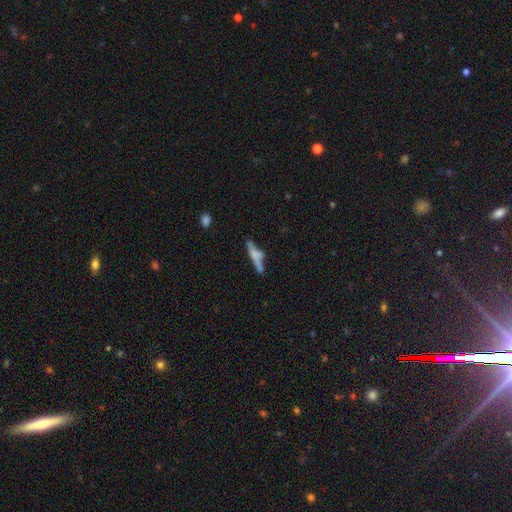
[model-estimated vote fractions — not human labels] Smooth or featured? Predicted: smooth (p=0.46). Merging? Predicted: none (p=0.50).